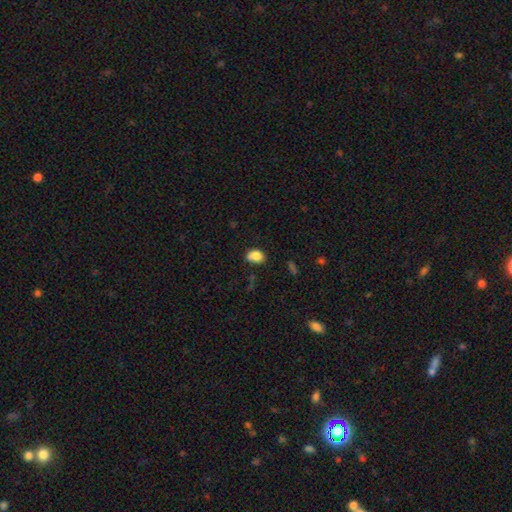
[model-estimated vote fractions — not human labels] Q: Smooth or featured?
A: smooth (84%); runner-up: star or artifact (9%)
Q: How rounded?
A: in between (72%); runner-up: round (27%)
Q: Merging?
A: none (63%); runner-up: minor disturbance (26%)